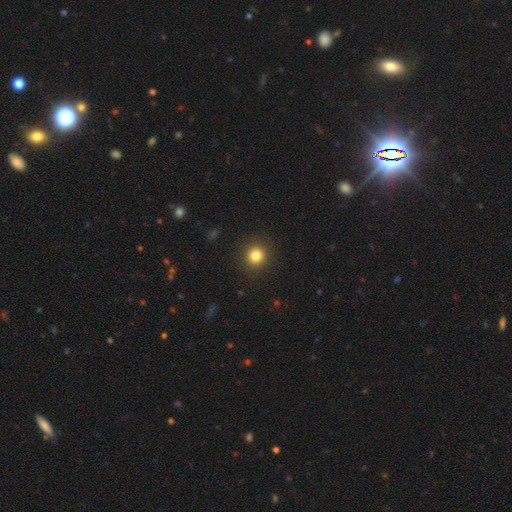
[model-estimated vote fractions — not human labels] A smooth galaxy with no disk features (83%) that is round (90%).

Vote fractions:
- Smooth or featured? smooth: 83% / star or artifact: 12% / featured or disk: 5%
- How rounded? round: 90% / in between: 9% / cigar-shaped: 1%
- Merging? none: 90% / minor disturbance: 6% / major disturbance: 3% / merger: 1%